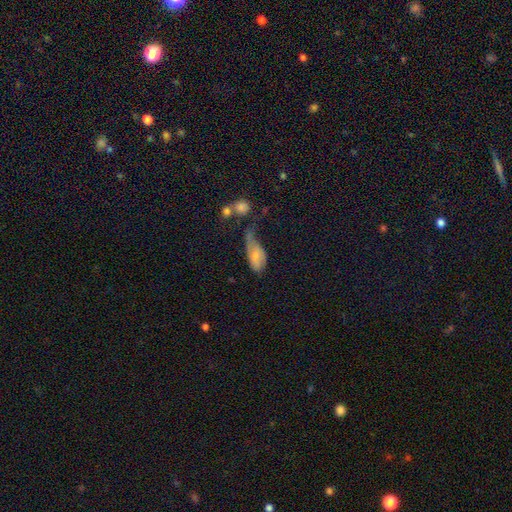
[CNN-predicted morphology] A smooth galaxy with no disk features (64%) that is in between round and cigar-shaped (89%).

Vote fractions:
- Smooth or featured? smooth: 64% / featured or disk: 28% / star or artifact: 8%
- How rounded? in between: 89% / cigar-shaped: 7% / round: 4%
- Merging? major disturbance: 47% / minor disturbance: 27% / none: 16% / merger: 10%